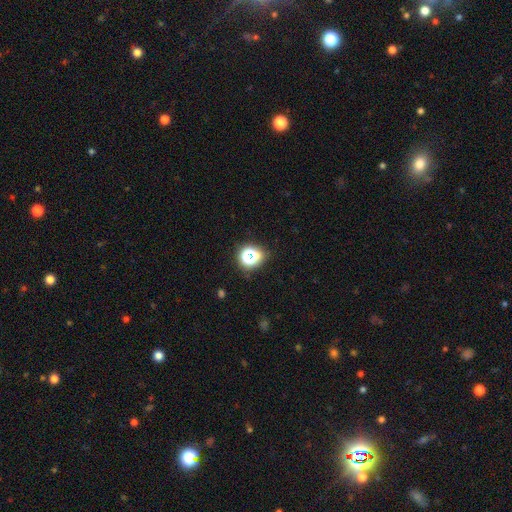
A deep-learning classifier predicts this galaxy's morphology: A star or artifact, not a galaxy (49%).

Vote fractions:
- Smooth or featured? star or artifact: 49% / smooth: 40% / featured or disk: 11%